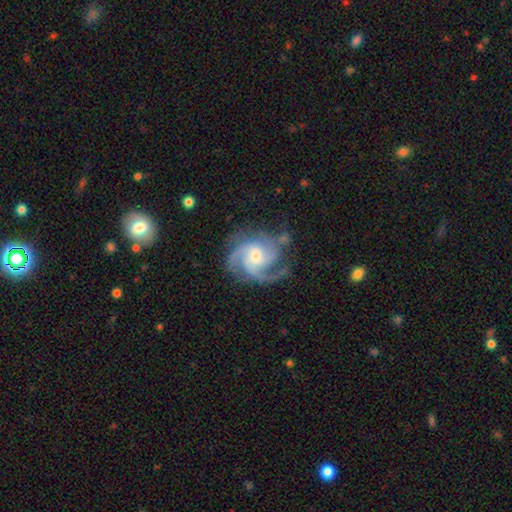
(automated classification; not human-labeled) Smooth or featured: featured or disk — 91% (star or artifact — 5%)
Edge-on disk: no — 98% (yes — 2%)
Bar: no — 58% (weak — 34%)
Spiral arms: yes — 98% (no — 2%)
Spiral winding: medium — 47% (tight — 44%)
Spiral arm count: 3 — 59% (4 — 16%)
Bulge size: moderate — 49% (small — 42%)
Merging: none — 69% (minor disturbance — 18%)